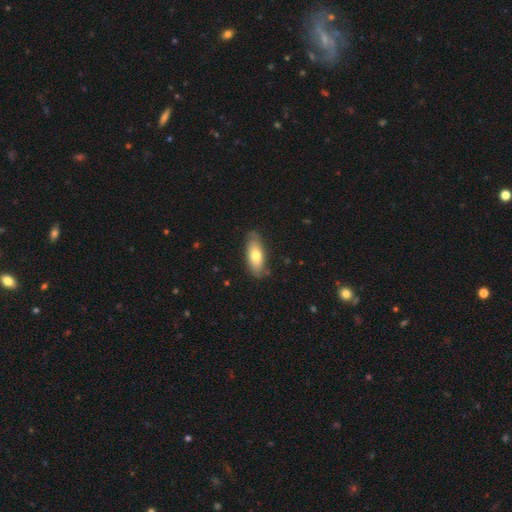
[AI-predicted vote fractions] Overall: smooth (68%). How rounded: in between (77%). Merging: none (78%).